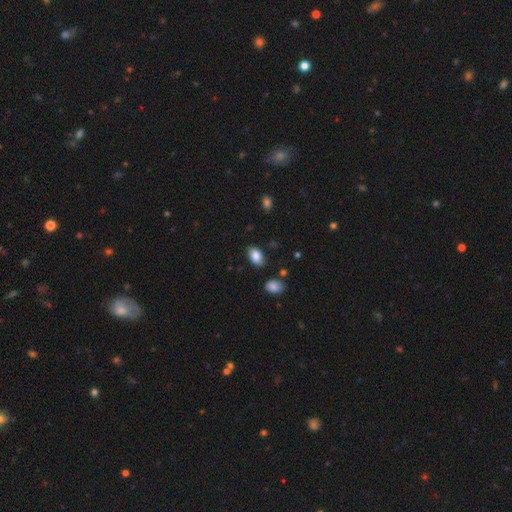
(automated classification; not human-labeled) smooth-or-featured: smooth: 86% | star or artifact: 8% | featured or disk: 7%
  how-rounded: in between: 92% | round: 6% | cigar-shaped: 2%
  merging: none: 84% | minor disturbance: 11% | major disturbance: 3% | merger: 2%